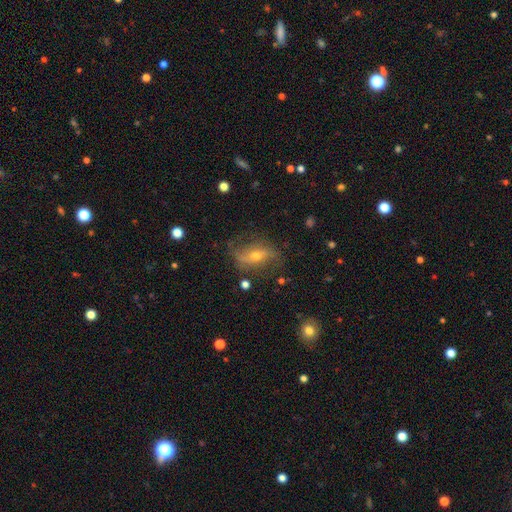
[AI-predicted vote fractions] This appears to be a featured or disk galaxy (70%) with no bar (40%), spiral arms (82%) and a moderate central bulge (48%). Merging: none (66%).